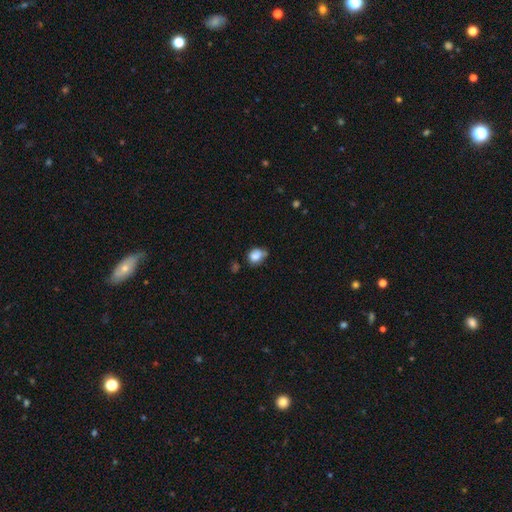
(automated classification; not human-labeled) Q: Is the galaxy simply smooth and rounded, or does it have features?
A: smooth — 80%.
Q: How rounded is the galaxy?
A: in between — 53%.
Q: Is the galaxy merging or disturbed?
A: none — 43%.